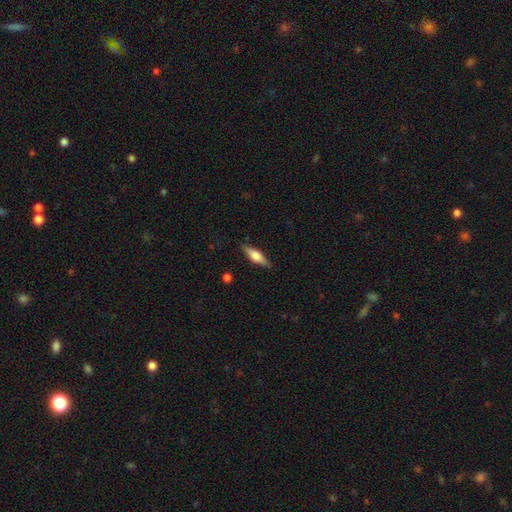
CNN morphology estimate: smooth 50%, featured or disk 44%, star or artifact 6%. Down the decision tree: merging — none (86%).